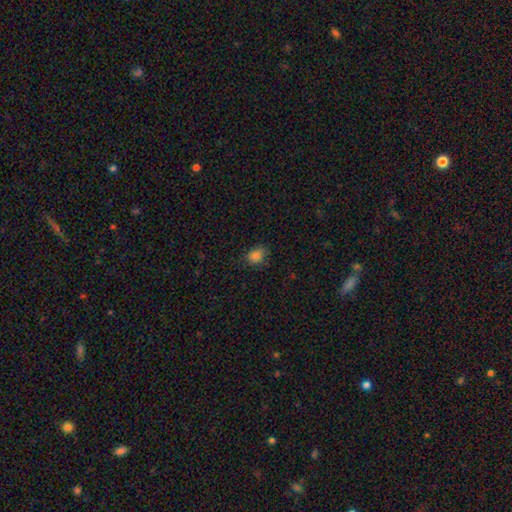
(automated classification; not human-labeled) A smooth galaxy with no disk features (83%) that is in between round and cigar-shaped (51%). Merging: none (77%).